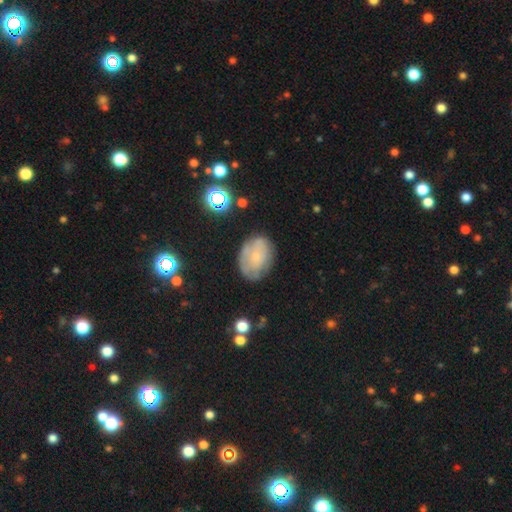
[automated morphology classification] smooth-or-featured: smooth: 52% | featured or disk: 37% | star or artifact: 10%
  how-rounded: in between: 75% | round: 23% | cigar-shaped: 1%
  merging: none: 68% | minor disturbance: 22% | major disturbance: 8% | merger: 2%